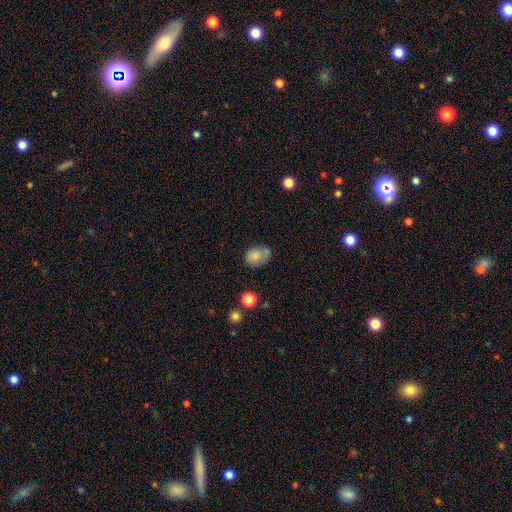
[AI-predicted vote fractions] The model was most divided on "merging": none: 53%, minor disturbance: 31%, major disturbance: 10%, merger: 6%. More confident: smooth or featured — smooth (80%); how rounded — in between (75%).